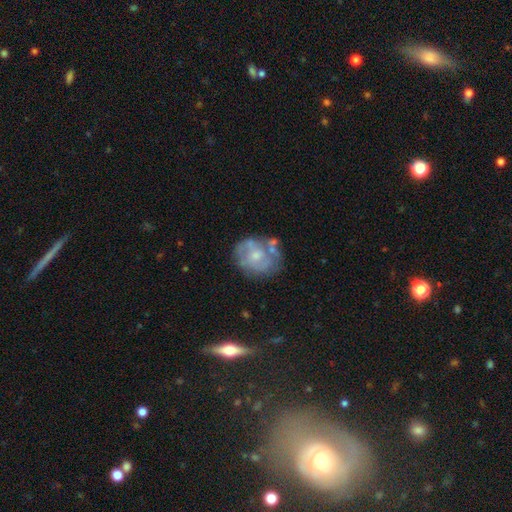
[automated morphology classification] Smooth or featured?
  - featured or disk: 63% *
  - smooth: 29%
  - star or artifact: 7%
Edge-on disk?
  - no: 97% *
  - yes: 3%
Bar?
  - no: 77% *
  - weak: 19%
  - strong: 3%
Spiral arms?
  - no: 50% * (tied)
  - yes: 50% * (tied)
Bulge size?
  - small: 46% *
  - moderate: 43%
  - none: 7%
  - large: 3%
  - dominant: 1%
Merging?
  - none: 55% *
  - minor disturbance: 23%
  - major disturbance: 12%
  - merger: 10%